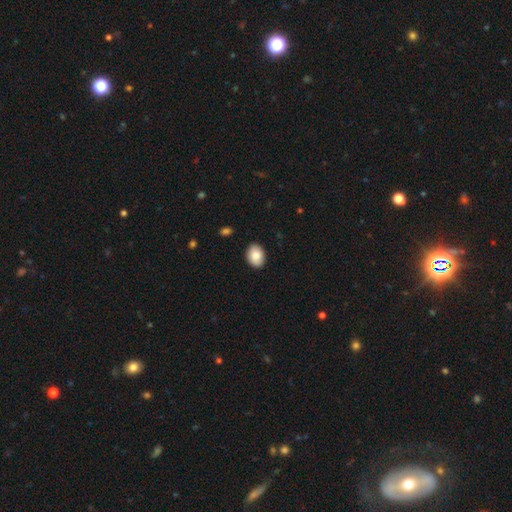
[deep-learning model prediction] smooth_or_featured: smooth (p=0.87) [alt: star or artifact p=0.07]
how_rounded: in between (p=0.74) [alt: round p=0.25]
merging: none (p=0.88) [alt: minor disturbance p=0.09]